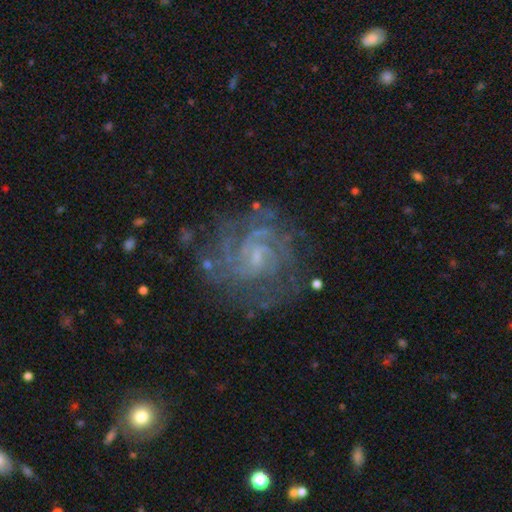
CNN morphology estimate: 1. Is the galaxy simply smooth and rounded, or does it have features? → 86% featured or disk, 8% star or artifact, 6% smooth.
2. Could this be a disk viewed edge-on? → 98% no, 2% yes.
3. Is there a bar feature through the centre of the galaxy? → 52% weak, 38% no, 10% strong.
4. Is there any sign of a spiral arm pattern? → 95% yes, 5% no.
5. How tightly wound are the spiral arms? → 60% tight, 34% medium, 7% loose.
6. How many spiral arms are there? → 29% can't tell, 22% 3, 19% 2, 17% 4, 7% more than 4, 6% 1.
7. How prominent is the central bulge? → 61% small, 20% none, 17% moderate, 1% large, 1% dominant.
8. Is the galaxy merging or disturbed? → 72% none, 16% minor disturbance, 10% major disturbance, 2% merger.